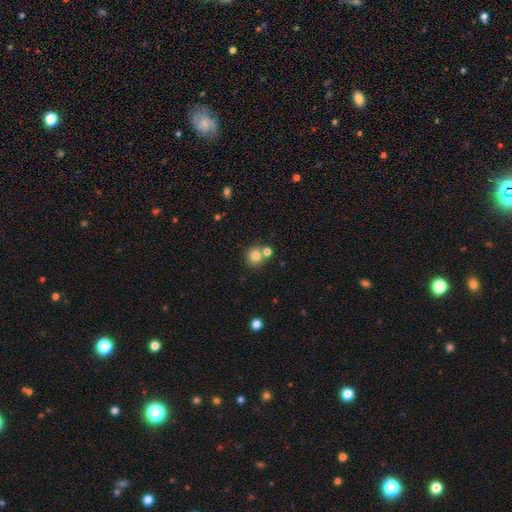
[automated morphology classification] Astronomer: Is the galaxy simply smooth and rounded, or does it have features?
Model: smooth — 80%.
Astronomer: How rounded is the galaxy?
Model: round — 87%.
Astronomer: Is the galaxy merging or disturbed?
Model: none — 61%.